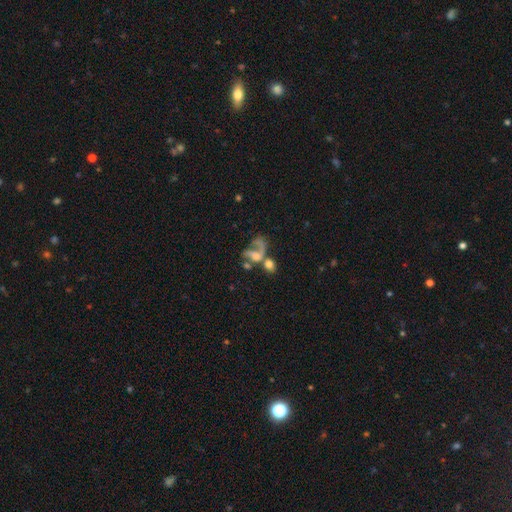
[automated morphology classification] featured or disk 51%, smooth 36%, star or artifact 13%. Down the decision tree: edge-on disk — no (96%); merging — merger (43%).